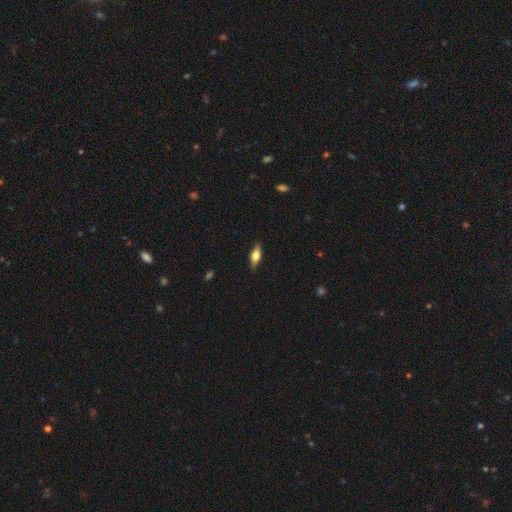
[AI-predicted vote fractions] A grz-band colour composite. It shows a smooth galaxy with no disk features (54%) that is in between round and cigar-shaped (67%). Merging: none (88%).